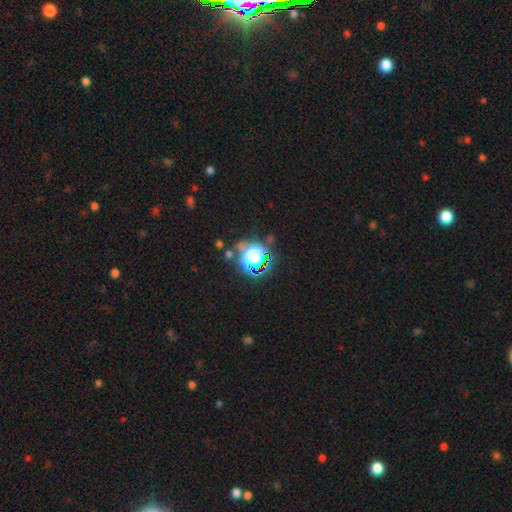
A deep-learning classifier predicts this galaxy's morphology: smooth-or-featured: star or artifact: 49% | smooth: 36% | featured or disk: 15%